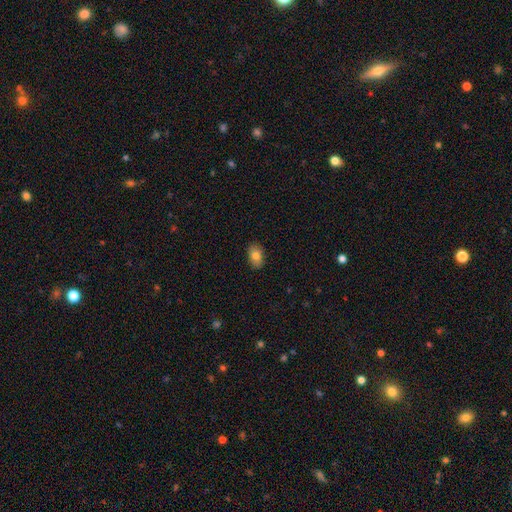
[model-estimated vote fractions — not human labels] Smooth or featured?
  - smooth: 82% *
  - featured or disk: 10%
  - star or artifact: 8%
How rounded?
  - in between: 87% *
  - round: 11%
  - cigar-shaped: 1%
Merging?
  - none: 87% *
  - minor disturbance: 10%
  - major disturbance: 2%
  - merger: 1%